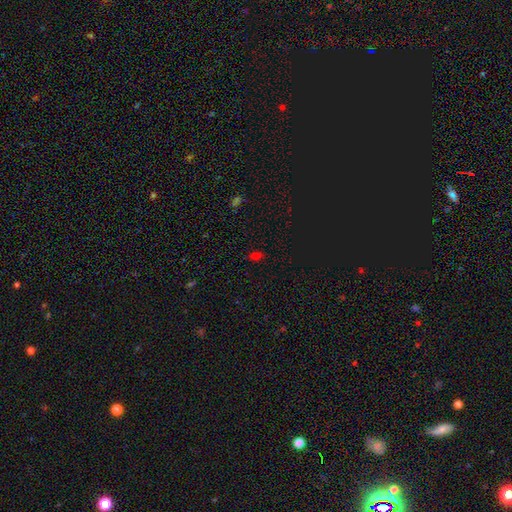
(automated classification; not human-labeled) This appears to be a smooth galaxy with no disk features (58%) that is in between round and cigar-shaped (82%). Merging: none (81%).